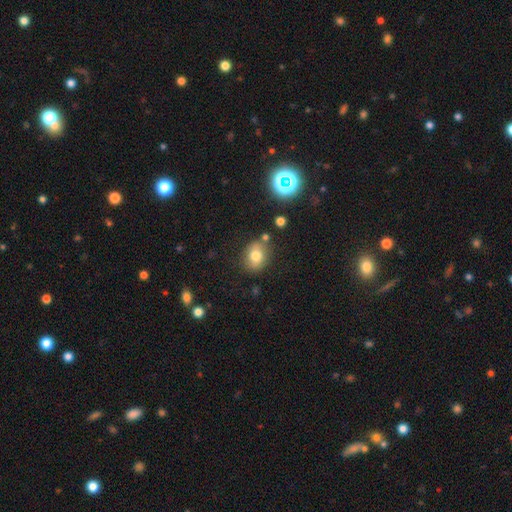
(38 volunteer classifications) Overall: smooth (82%). How rounded: in between (55%; round 45%). Merging: none (77%).